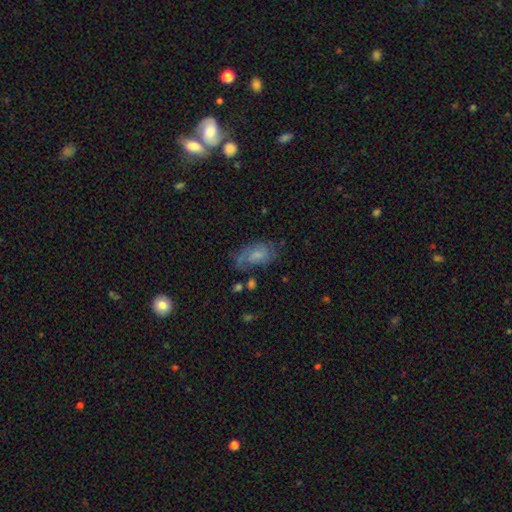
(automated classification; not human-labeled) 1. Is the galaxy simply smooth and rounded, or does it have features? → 54% featured or disk, 35% smooth, 11% star or artifact.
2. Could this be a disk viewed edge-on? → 95% no, 5% yes.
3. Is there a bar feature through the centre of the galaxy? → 59% no, 35% weak, 5% strong.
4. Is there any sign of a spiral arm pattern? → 83% yes, 17% no.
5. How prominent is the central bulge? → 43% small, 30% moderate, 20% none, 6% large, 2% dominant.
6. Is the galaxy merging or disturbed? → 54% none, 25% minor disturbance, 17% major disturbance, 4% merger.